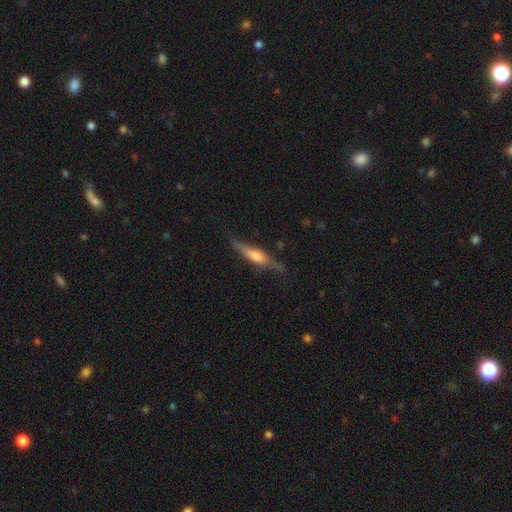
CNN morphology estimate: smooth_or_featured: featured or disk (p=0.62) [alt: smooth p=0.31]
disk_edge_on: yes (p=0.88) [alt: no p=0.12]
edge_on_bulge: rounded (p=0.71) [alt: boxy p=0.20]
merging: none (p=0.70) [alt: minor disturbance p=0.21]